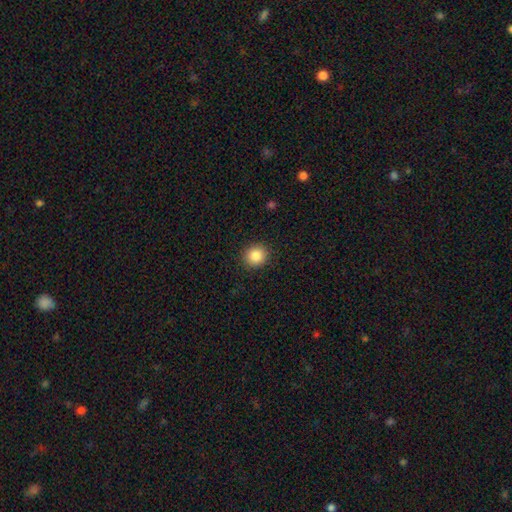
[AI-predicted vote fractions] This is clearly a smooth galaxy (86%). How rounded: clearly round (84%). Merging: clearly none (91%).